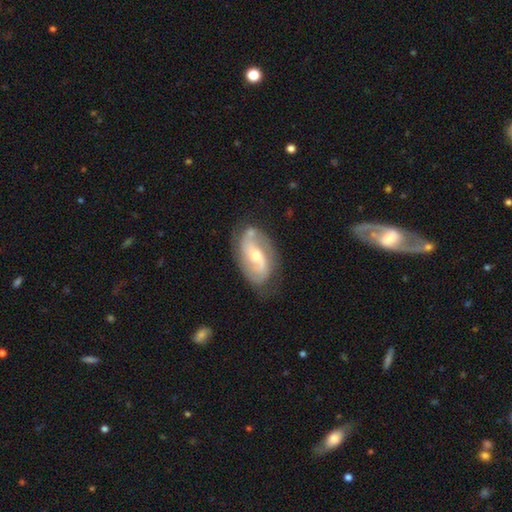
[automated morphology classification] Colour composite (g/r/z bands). It shows a featured or disk galaxy (81%) with a weak bar (40%), 2 (85%) medium (41%) spiral arms (90%) and a moderate central bulge (61%). Merging: none (71%).